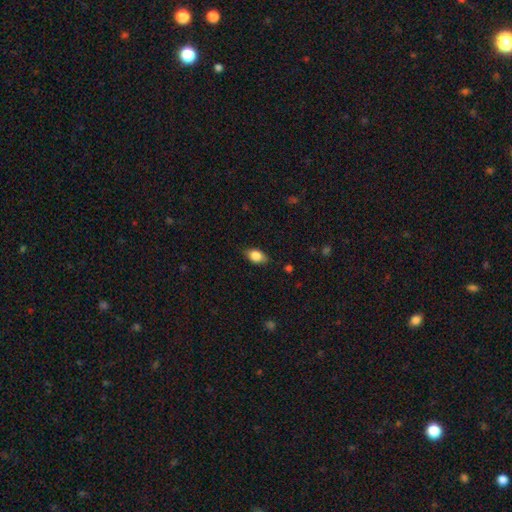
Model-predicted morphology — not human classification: A smooth galaxy with no disk features (81%) that is in between round and cigar-shaped (85%).

Vote fractions:
- Smooth or featured? smooth: 81% / featured or disk: 12% / star or artifact: 8%
- How rounded? in between: 85% / round: 11% / cigar-shaped: 4%
- Merging? none: 80% / minor disturbance: 16% / major disturbance: 3% / merger: 1%